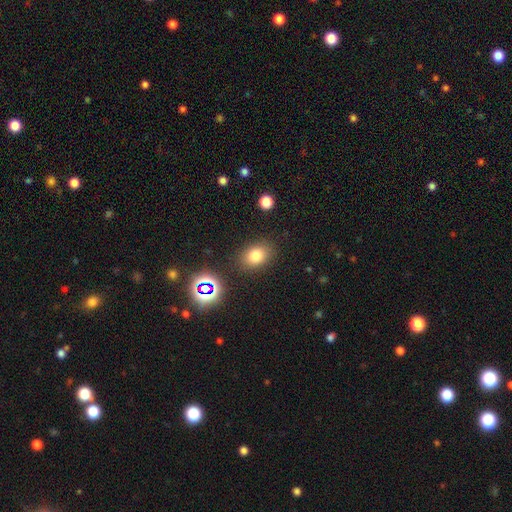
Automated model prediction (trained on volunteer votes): Smooth or featured: smooth — 77% (star or artifact — 15%)
How rounded: in between — 66% (round — 33%)
Merging: none — 83% (minor disturbance — 11%)